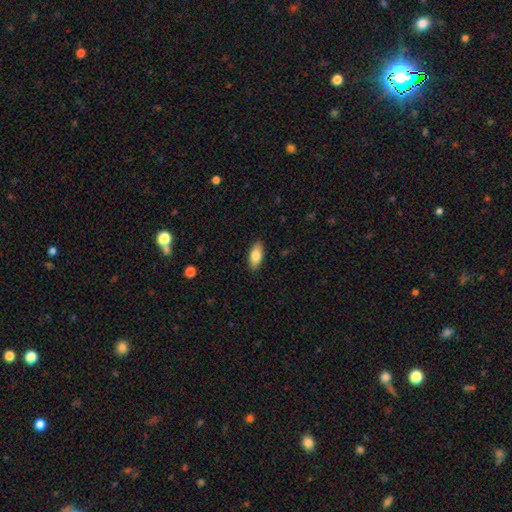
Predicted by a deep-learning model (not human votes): smooth 82%, featured or disk 12%, star or artifact 6%. Down the decision tree: how rounded — in between (88%); merging — none (88%).